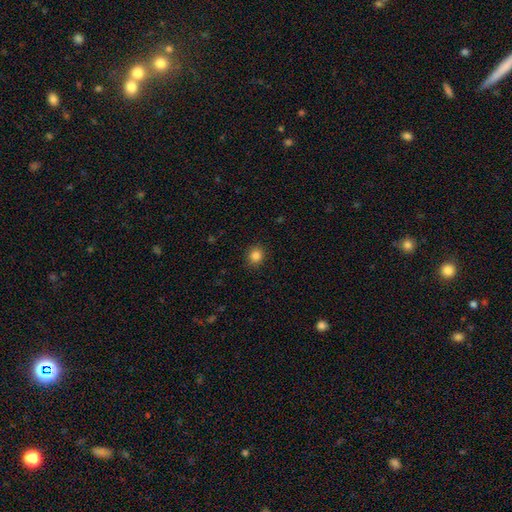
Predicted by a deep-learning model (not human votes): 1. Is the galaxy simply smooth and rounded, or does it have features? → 85% smooth, 11% star or artifact, 4% featured or disk.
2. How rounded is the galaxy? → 81% round, 18% in between, 1% cigar-shaped.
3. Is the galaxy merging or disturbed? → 90% none, 7% minor disturbance, 2% major disturbance, 1% merger.